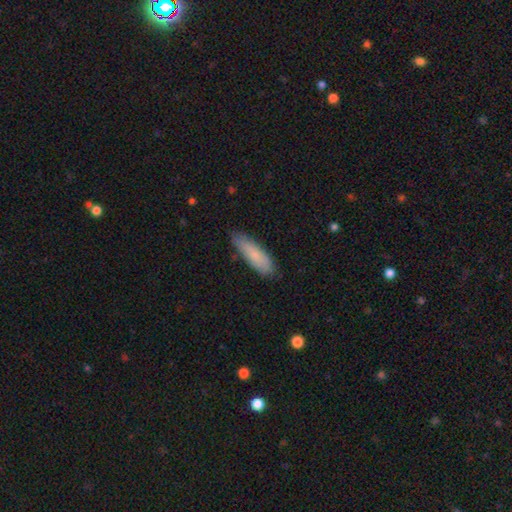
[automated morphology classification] A smooth galaxy with no disk features (80%) that is cigar-shaped (59%).

Vote fractions:
- Smooth or featured? smooth: 80% / featured or disk: 14% / star or artifact: 6%
- How rounded? cigar-shaped: 59% / in between: 39% / round: 2%
- Merging? none: 73% / minor disturbance: 22% / major disturbance: 3% / merger: 2%